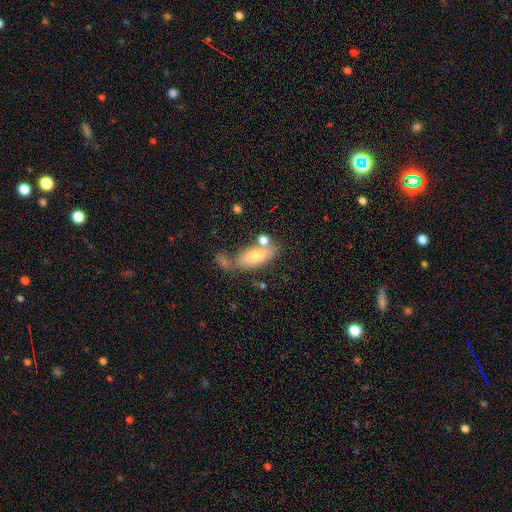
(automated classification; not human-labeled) Smooth or featured?
  - smooth: 67% *
  - featured or disk: 26%
  - star or artifact: 7%
How rounded?
  - in between: 73% *
  - cigar-shaped: 24%
  - round: 3%
Merging?
  - none: 58% *
  - merger: 20%
  - minor disturbance: 16%
  - major disturbance: 6%